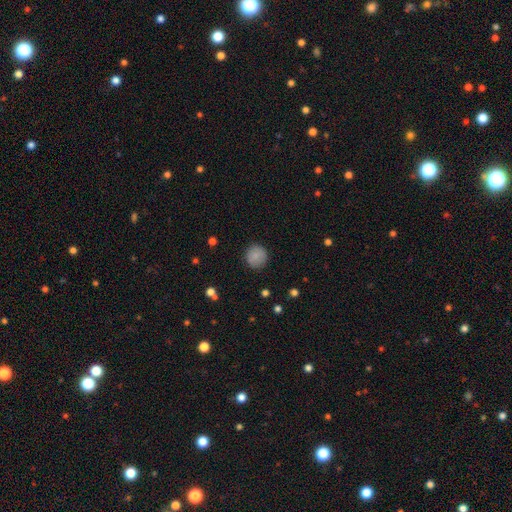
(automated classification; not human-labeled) Smooth or featured? smooth (83%)
How rounded? round (93%)
Merging? none (87%)